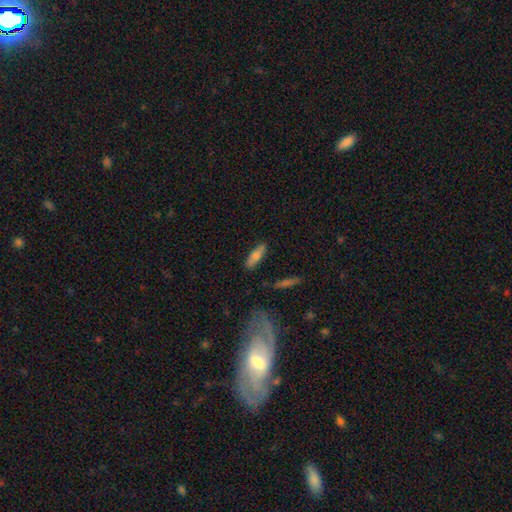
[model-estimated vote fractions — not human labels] Smooth or featured? smooth (68%)
How rounded? cigar-shaped (50%)
Merging? none (84%)